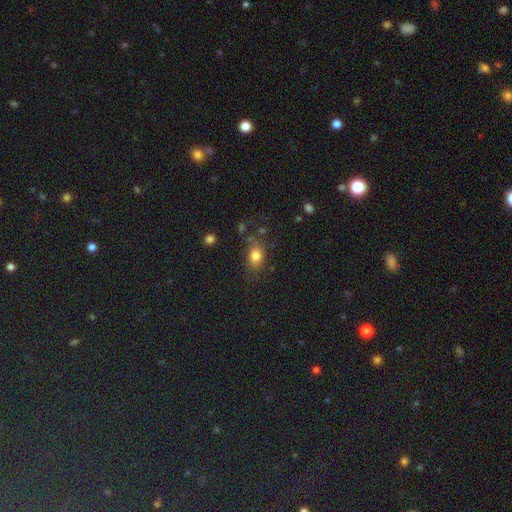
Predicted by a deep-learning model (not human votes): A smooth galaxy with no disk features (80%) that is in between round and cigar-shaped (69%). Merging: none (73%).